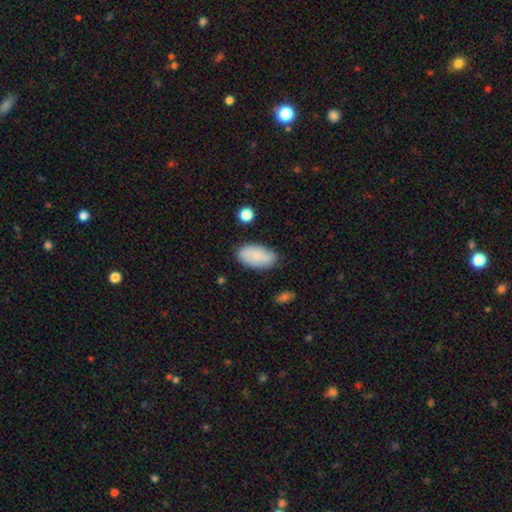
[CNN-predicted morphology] The model was most divided on "merging": none: 81%, minor disturbance: 14%, major disturbance: 3%, merger: 2%. More confident: how rounded — in between (94%); smooth or featured — smooth (82%).